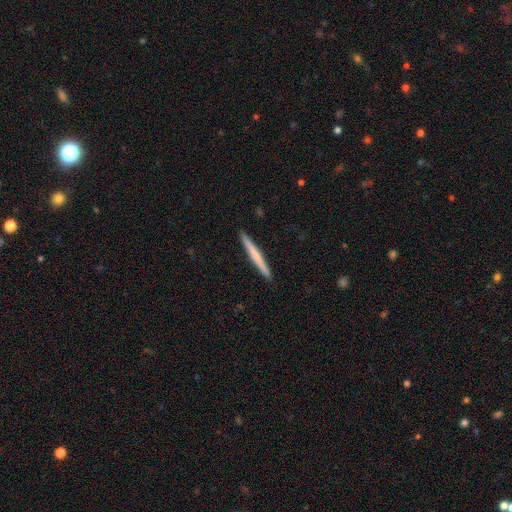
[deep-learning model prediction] Q: Smooth or featured?
A: smooth (52%); runner-up: featured or disk (42%)
Q: How rounded?
A: cigar-shaped (97%); runner-up: in between (2%)
Q: Merging?
A: none (93%); runner-up: minor disturbance (5%)